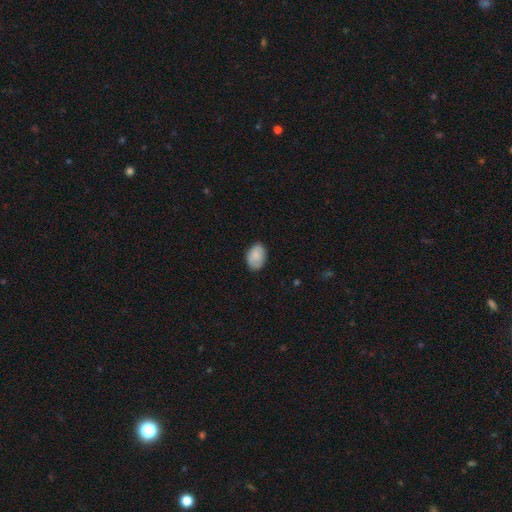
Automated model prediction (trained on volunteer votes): Smooth or featured: smooth — 83% (featured or disk — 10%)
How rounded: in between — 84% (round — 15%)
Merging: none — 78% (minor disturbance — 18%)